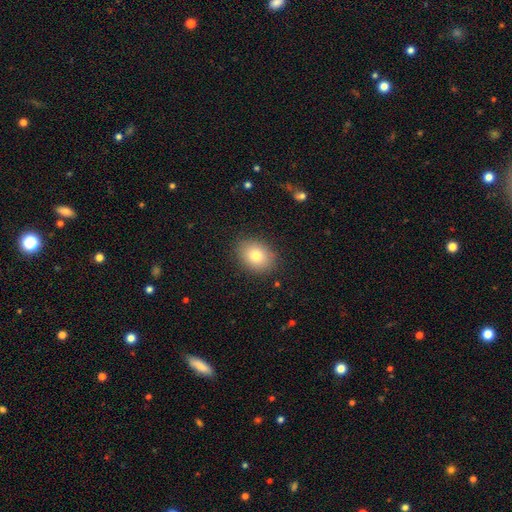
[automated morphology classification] Overall: smooth (79%). How rounded: in between (62%; round 37%). Merging: none (87%).